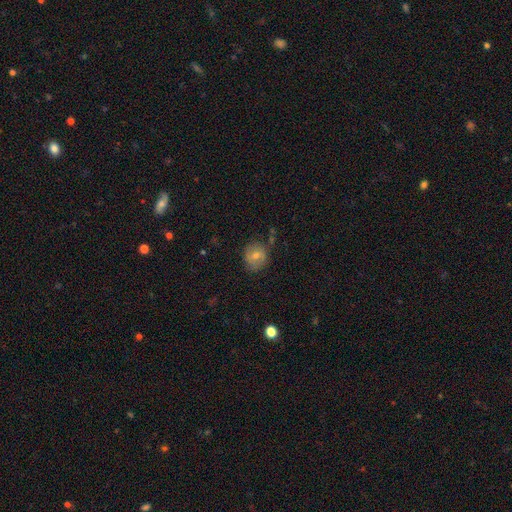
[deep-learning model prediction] Q: Smooth or featured?
A: smooth (66%); runner-up: featured or disk (25%)
Q: How rounded?
A: round (80%); runner-up: in between (19%)
Q: Merging?
A: none (71%); runner-up: minor disturbance (20%)